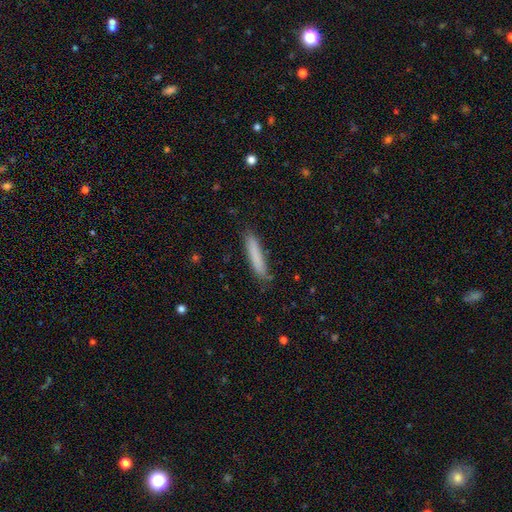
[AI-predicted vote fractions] smooth 81%, featured or disk 13%, star or artifact 7%. Down the decision tree: how rounded — cigar-shaped (91%); merging — none (82%).